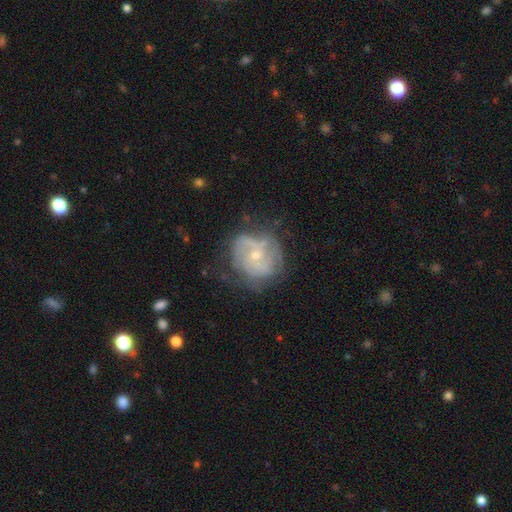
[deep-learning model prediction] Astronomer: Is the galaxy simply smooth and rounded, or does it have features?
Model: featured or disk — 73%.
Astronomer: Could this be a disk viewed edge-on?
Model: no — 97%.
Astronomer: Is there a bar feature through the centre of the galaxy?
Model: no — 70%.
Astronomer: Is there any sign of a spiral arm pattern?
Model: yes — 80%.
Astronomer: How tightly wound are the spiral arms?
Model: tight — 43% (runner-up: medium, 39%).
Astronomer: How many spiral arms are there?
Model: can't tell — 40% (runner-up: 2, 28%).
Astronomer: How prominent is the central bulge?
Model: small — 69%.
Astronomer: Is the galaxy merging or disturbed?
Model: none — 59%.